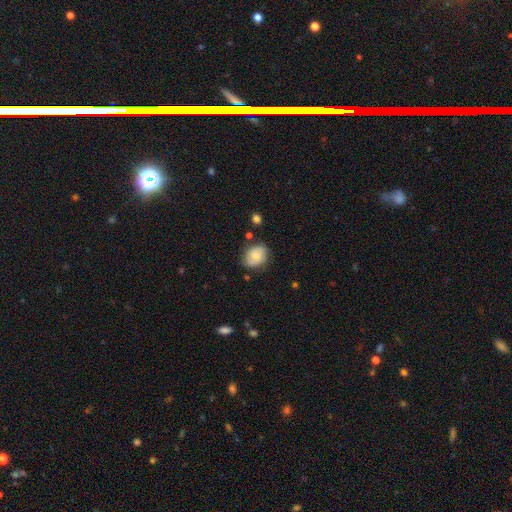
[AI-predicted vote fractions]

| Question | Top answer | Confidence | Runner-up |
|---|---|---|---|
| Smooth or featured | smooth | 54% | featured or disk (38%) |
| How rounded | in between | 52% | round (47%) |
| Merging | none | 74% | minor disturbance (19%) |